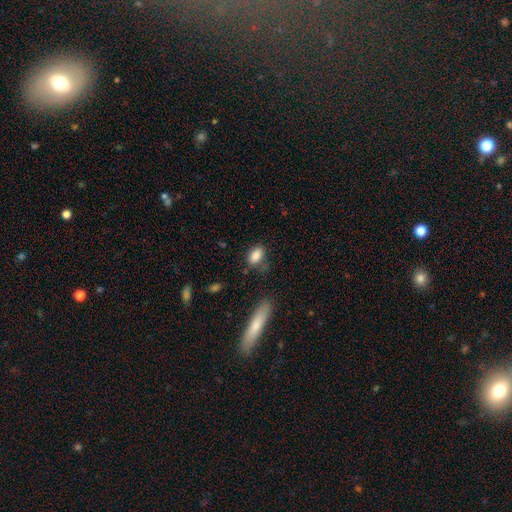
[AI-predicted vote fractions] Smooth or featured? Predicted: smooth (p=0.85). How rounded? Predicted: in between (p=0.87). Merging? Predicted: none (p=0.65).